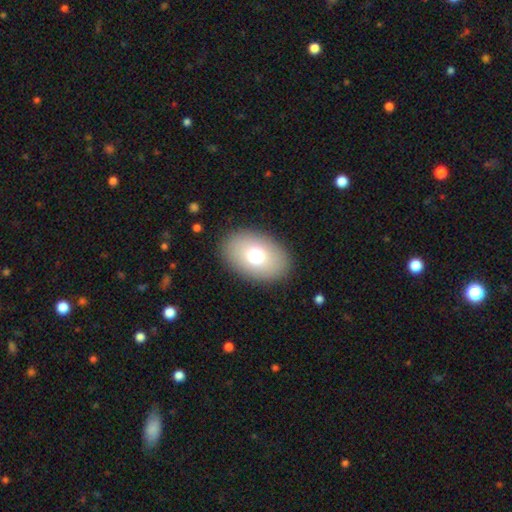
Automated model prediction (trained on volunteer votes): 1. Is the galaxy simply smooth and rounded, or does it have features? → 74% smooth, 16% featured or disk, 10% star or artifact.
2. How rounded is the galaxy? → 82% in between, 17% round, 1% cigar-shaped.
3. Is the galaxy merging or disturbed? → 89% none, 7% minor disturbance, 3% major disturbance, 1% merger.